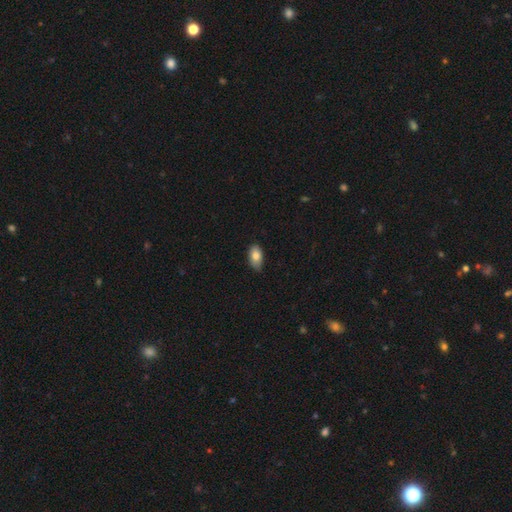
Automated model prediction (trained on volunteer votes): The model was most divided on "merging": none: 76%, minor disturbance: 21%, major disturbance: 2%, merger: 1%. More confident: how rounded — in between (92%); smooth or featured — smooth (80%).